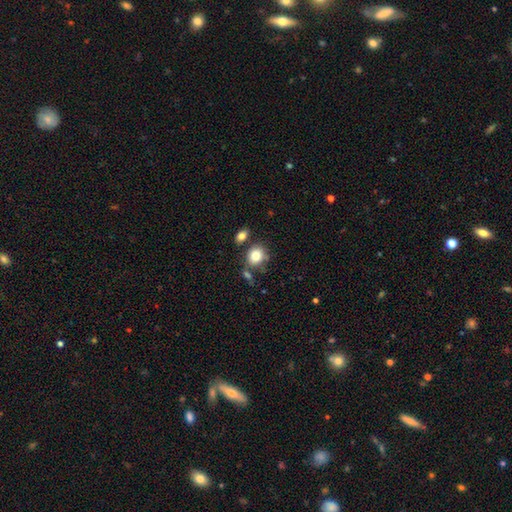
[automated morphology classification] Smooth or featured: smooth — 82% (star or artifact — 9%)
How rounded: round — 68% (in between — 31%)
Merging: none — 66% (merger — 16%)